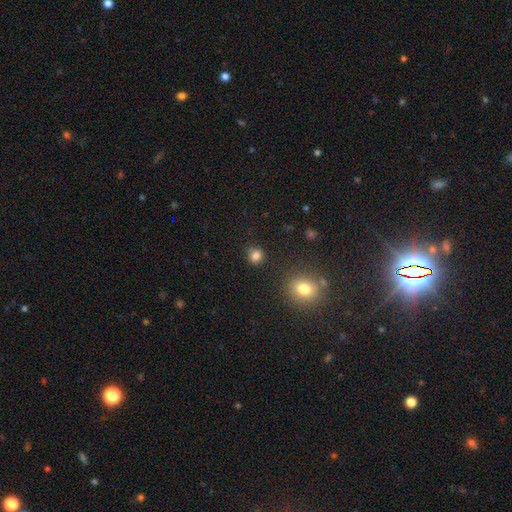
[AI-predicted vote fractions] smooth 81%, star or artifact 14%, featured or disk 5%. Down the decision tree: how rounded — round (80%); merging — none (77%).